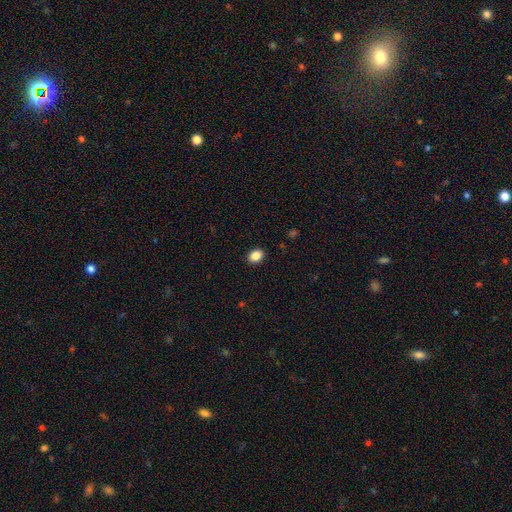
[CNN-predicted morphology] smooth 87%, star or artifact 9%, featured or disk 4%. Down the decision tree: how rounded — in between (73%); merging — none (90%).